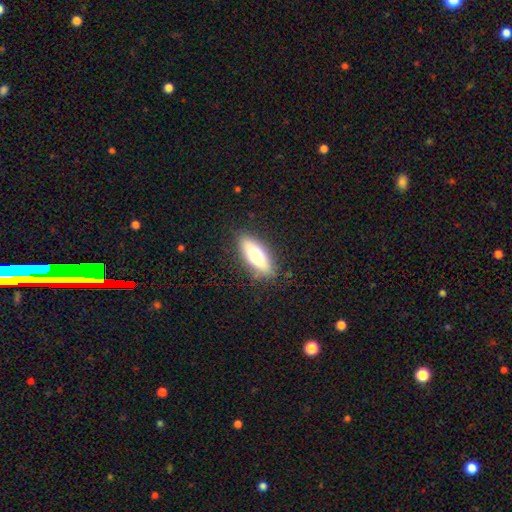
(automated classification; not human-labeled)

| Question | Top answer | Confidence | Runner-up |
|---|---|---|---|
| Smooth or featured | smooth | 65% | featured or disk (28%) |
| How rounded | in between | 65% | cigar-shaped (33%) |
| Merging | none | 85% | minor disturbance (11%) |